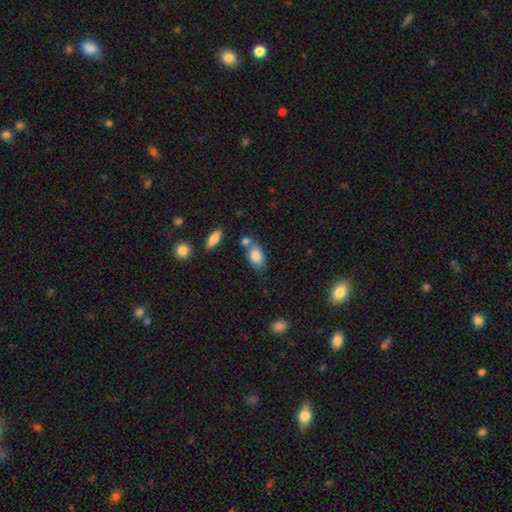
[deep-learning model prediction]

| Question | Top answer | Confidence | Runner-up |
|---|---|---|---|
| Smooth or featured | smooth | 85% | featured or disk (8%) |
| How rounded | in between | 89% | round (7%) |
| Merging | none | 56% | merger (22%) |